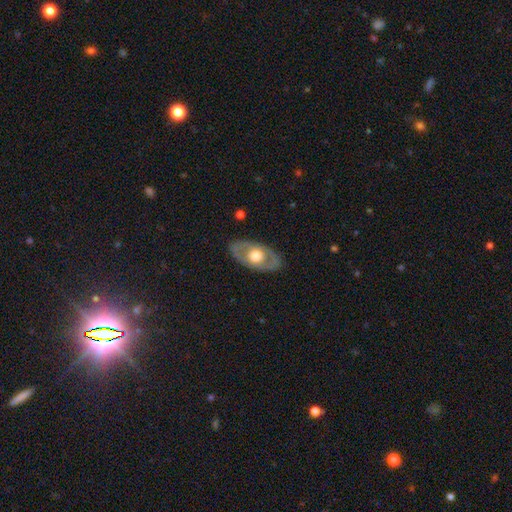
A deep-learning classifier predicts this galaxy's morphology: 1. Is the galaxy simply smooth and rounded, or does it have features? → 57% featured or disk, 38% smooth, 5% star or artifact.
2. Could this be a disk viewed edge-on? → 83% no, 17% yes.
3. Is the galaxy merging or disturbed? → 84% none, 11% minor disturbance, 4% major disturbance, 1% merger.